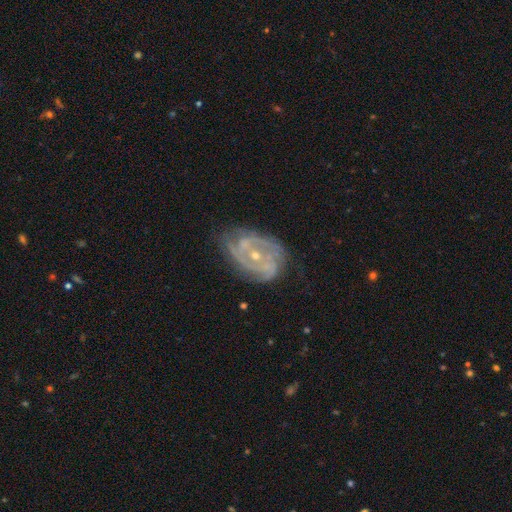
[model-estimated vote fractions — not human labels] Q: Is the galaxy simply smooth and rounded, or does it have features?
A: featured or disk — 86%.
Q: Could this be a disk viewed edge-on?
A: no — 97%.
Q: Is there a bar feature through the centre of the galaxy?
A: no — 62%.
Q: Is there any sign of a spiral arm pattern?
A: yes — 95%.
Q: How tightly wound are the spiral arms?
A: tight — 56%.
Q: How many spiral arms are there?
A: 2 — 37%.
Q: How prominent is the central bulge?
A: small — 62%.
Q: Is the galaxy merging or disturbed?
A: none — 66%.